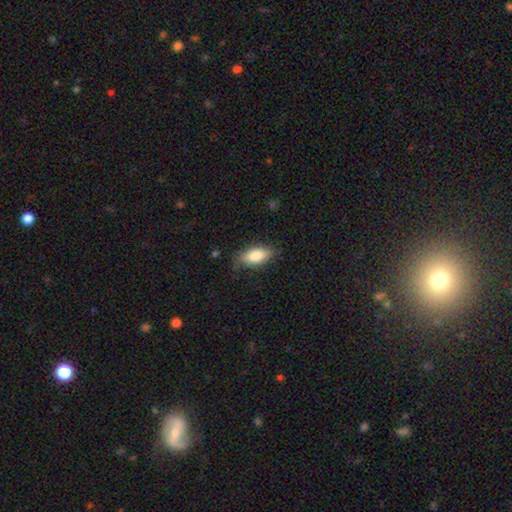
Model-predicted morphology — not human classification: Overall: smooth (82%). How rounded: in between (86%). Merging: none (74%).